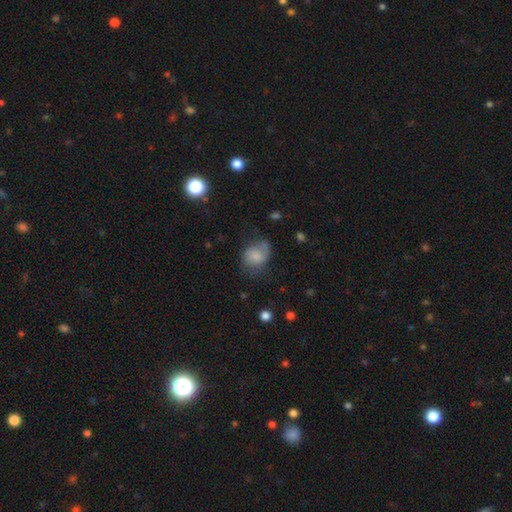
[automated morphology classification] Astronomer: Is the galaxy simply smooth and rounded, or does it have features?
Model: smooth — 64%.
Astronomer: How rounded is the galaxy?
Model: round — 54% (runner-up: in between, 45%).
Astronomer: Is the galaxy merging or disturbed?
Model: none — 48% (runner-up: minor disturbance, 30%).